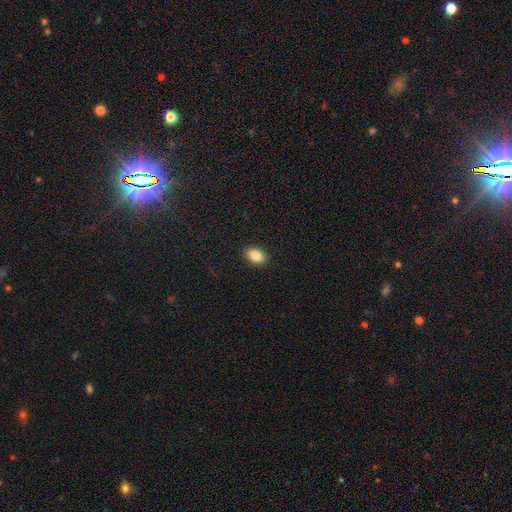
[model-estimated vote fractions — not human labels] This appears to be a smooth galaxy with no disk features (87%) that is in between round and cigar-shaped (88%). Merging: none (90%).